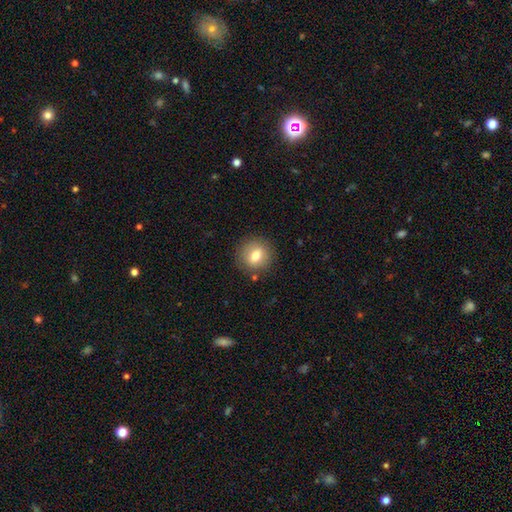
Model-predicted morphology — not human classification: smooth 74%, featured or disk 17%, star or artifact 10%. Down the decision tree: how rounded — round (86%); merging — none (86%).